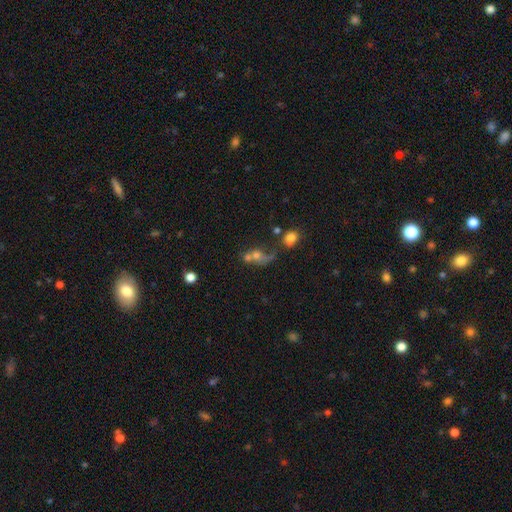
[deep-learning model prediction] The model was most divided on "merging": merger: 46%, none: 26%, major disturbance: 17%, minor disturbance: 11%. Remaining: smooth or featured — smooth (50%).